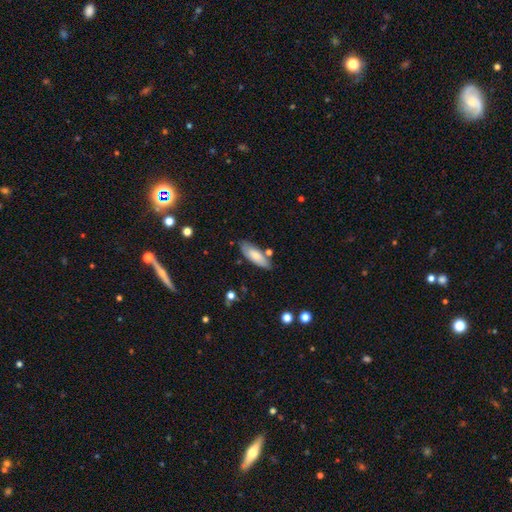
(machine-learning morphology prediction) Q: Smooth or featured?
A: smooth (70%); runner-up: featured or disk (24%)
Q: How rounded?
A: in between (70%); runner-up: cigar-shaped (28%)
Q: Merging?
A: none (73%); runner-up: minor disturbance (17%)